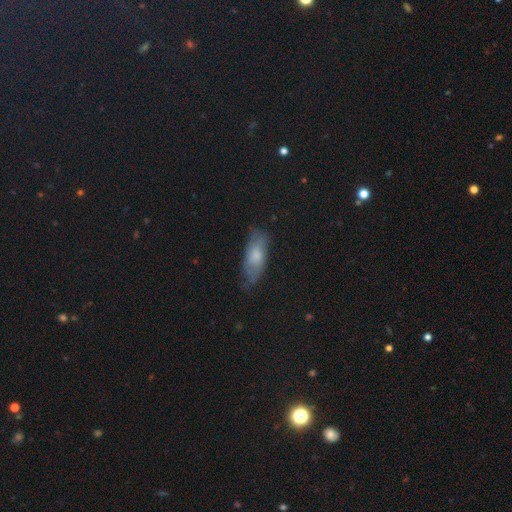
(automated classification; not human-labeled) Smooth or featured: smooth — 60% (featured or disk — 32%)
How rounded: in between — 75% (cigar-shaped — 23%)
Merging: none — 63% (minor disturbance — 27%)